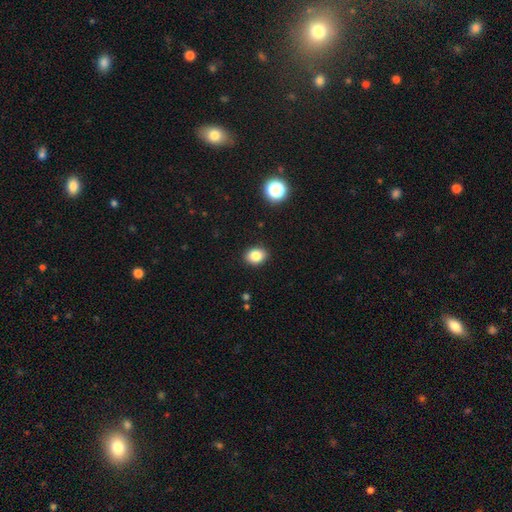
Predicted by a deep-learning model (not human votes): The model was most divided on "how rounded": in between: 58%, round: 41%, cigar-shaped: 1%. More confident: merging — none (90%); smooth or featured — smooth (84%).